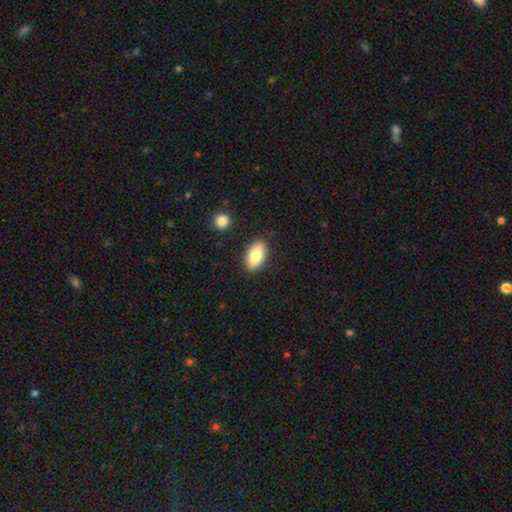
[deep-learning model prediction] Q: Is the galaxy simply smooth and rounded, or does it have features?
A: smooth — 79%.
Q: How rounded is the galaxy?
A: in between — 92%.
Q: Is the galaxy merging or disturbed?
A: none — 86%.